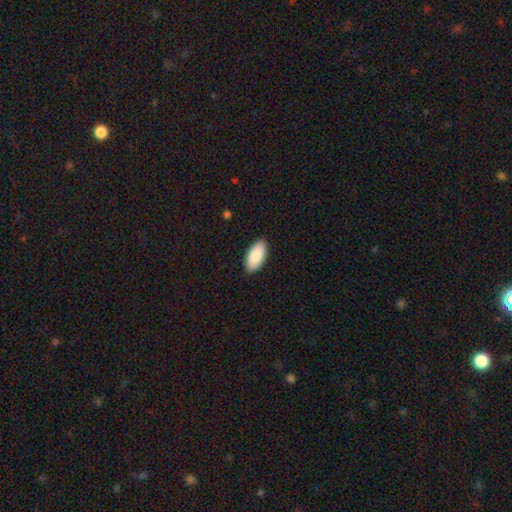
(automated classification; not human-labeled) Smooth or featured? Predicted: smooth (p=0.87). How rounded? Predicted: in between (p=0.94). Merging? Predicted: none (p=0.89).